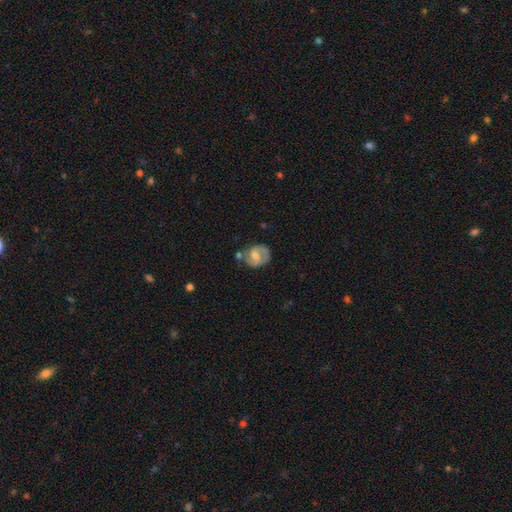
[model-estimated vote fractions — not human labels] This is likely a featured or disk galaxy (65%). It is clearly not viewed edge-on (97%). Bar: possibly weak (51%). Spiral arm pattern: clearly yes (85%). Spiral arm count: likely 2 (77%). Spiral winding: possibly medium (48%). Central bulge: possibly moderate (46%). Merging: possibly none (59%).